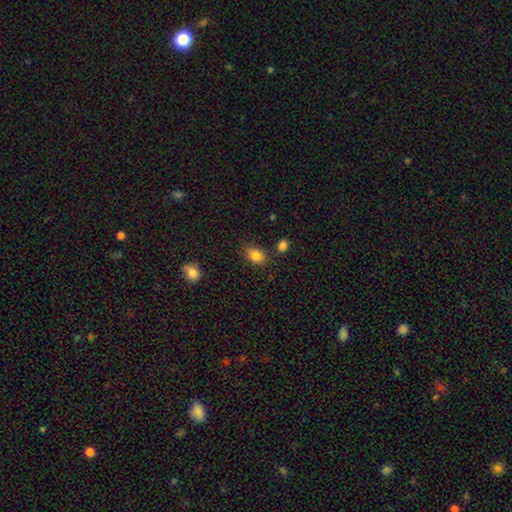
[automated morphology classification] A smooth galaxy with no disk features (84%) that is in between round and cigar-shaped (81%). Merging: none (79%).